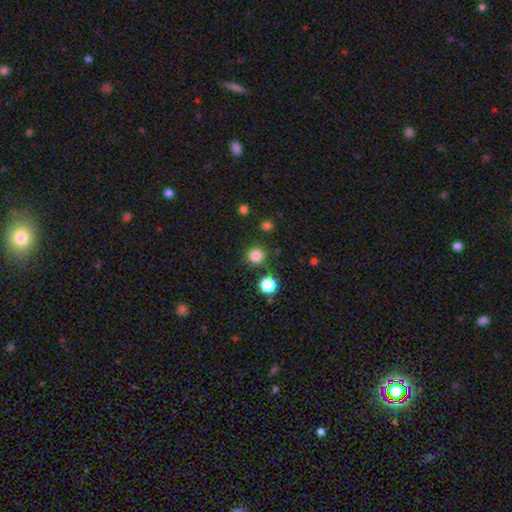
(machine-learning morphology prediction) type=smooth (84%); roundness=round (93%); merging=none (87%).